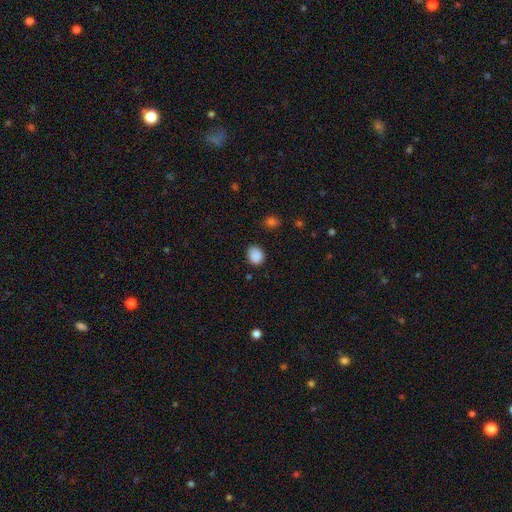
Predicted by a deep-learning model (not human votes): A smooth galaxy with no disk features (88%) that is round (60%).

Vote fractions:
- Smooth or featured? smooth: 88% / star or artifact: 9% / featured or disk: 3%
- How rounded? round: 60% / in between: 39% / cigar-shaped: 1%
- Merging? none: 83% / minor disturbance: 13% / major disturbance: 3% / merger: 2%